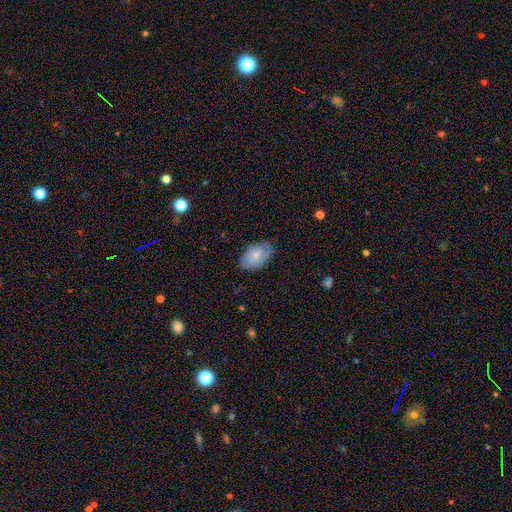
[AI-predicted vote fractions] A smooth galaxy with no disk features (67%) that is in between round and cigar-shaped (91%). Merging: none (75%).